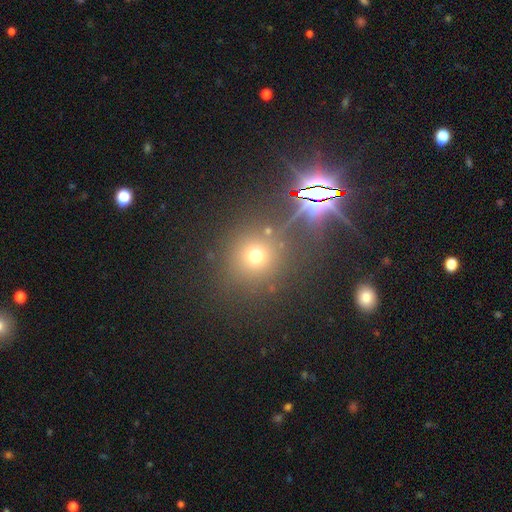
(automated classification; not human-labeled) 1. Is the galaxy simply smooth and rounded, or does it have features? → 62% smooth, 29% star or artifact, 9% featured or disk.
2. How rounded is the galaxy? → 91% round, 8% in between, 1% cigar-shaped.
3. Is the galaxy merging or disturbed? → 80% none, 8% minor disturbance, 7% merger, 5% major disturbance.